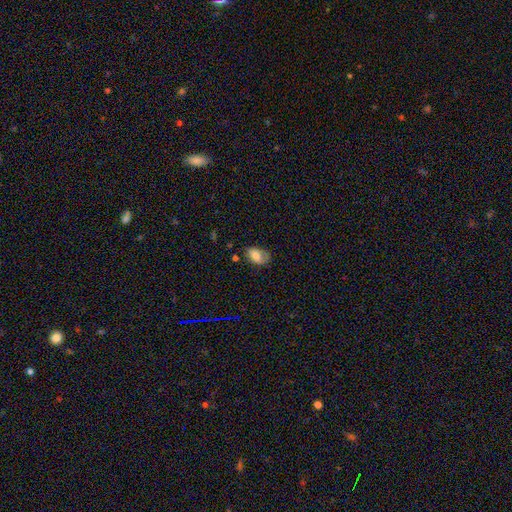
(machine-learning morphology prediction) Smooth or featured?
  - smooth: 73% *
  - featured or disk: 17%
  - star or artifact: 9%
How rounded?
  - in between: 90% *
  - round: 9%
  - cigar-shaped: 2%
Merging?
  - none: 55% *
  - minor disturbance: 31%
  - major disturbance: 11%
  - merger: 3%